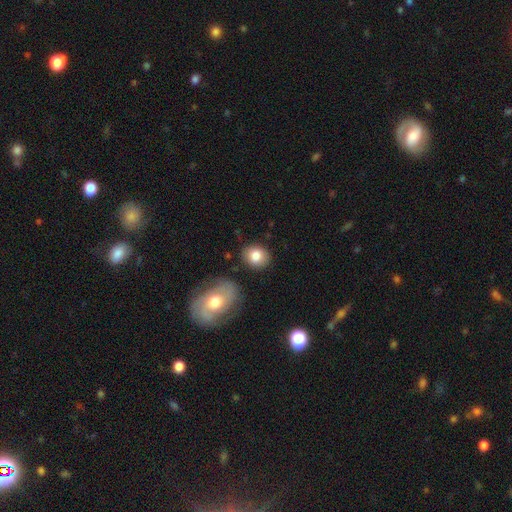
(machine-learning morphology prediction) Smooth or featured? Predicted: smooth (p=0.82). How rounded? Predicted: round (p=0.64). Merging? Predicted: none (p=0.83).